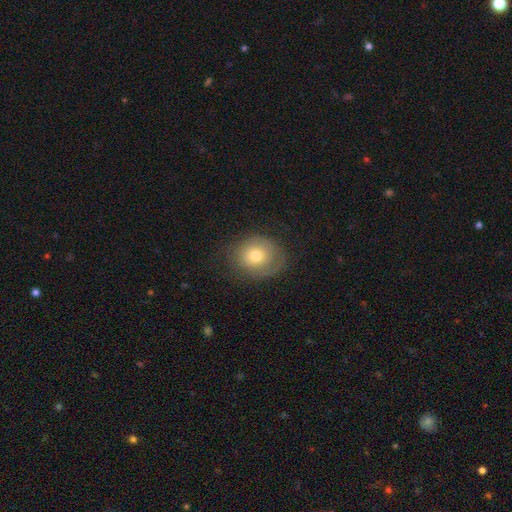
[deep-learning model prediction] Q: Smooth or featured?
A: smooth (61%); runner-up: featured or disk (30%)
Q: How rounded?
A: round (65%); runner-up: in between (34%)
Q: Merging?
A: none (67%); runner-up: minor disturbance (21%)